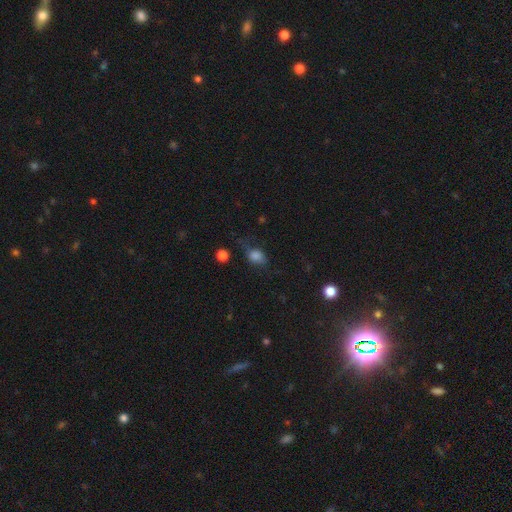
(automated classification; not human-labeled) Overall: smooth (75%). How rounded: in between (62%; round 35%). Merging: none (46%; minor disturbance 31%).